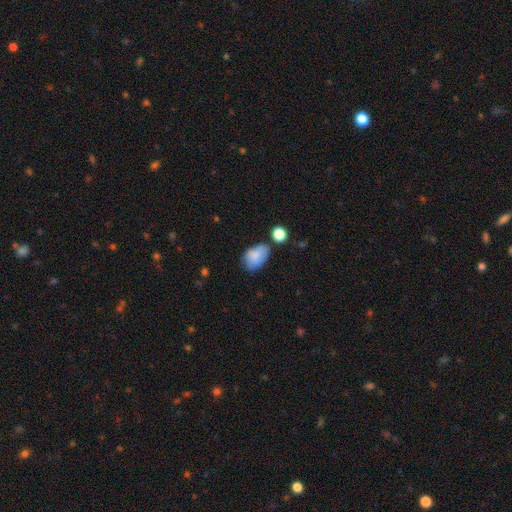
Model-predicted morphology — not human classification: Smooth or featured: smooth — 82% (featured or disk — 11%)
How rounded: in between — 89% (round — 10%)
Merging: none — 54% (minor disturbance — 29%)